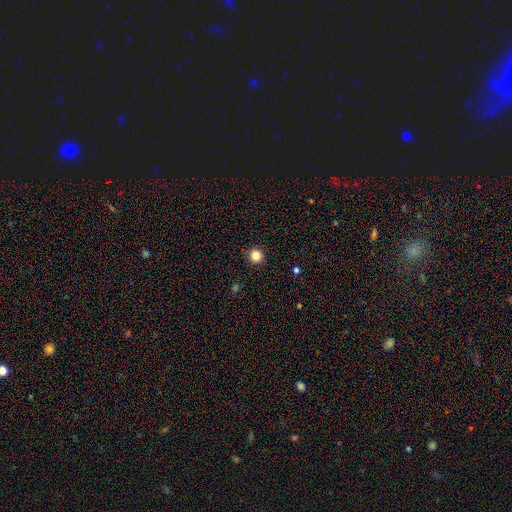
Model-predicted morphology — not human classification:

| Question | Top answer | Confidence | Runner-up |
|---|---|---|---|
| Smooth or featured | smooth | 84% | star or artifact (12%) |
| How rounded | round | 95% | in between (4%) |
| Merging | none | 93% | minor disturbance (4%) |